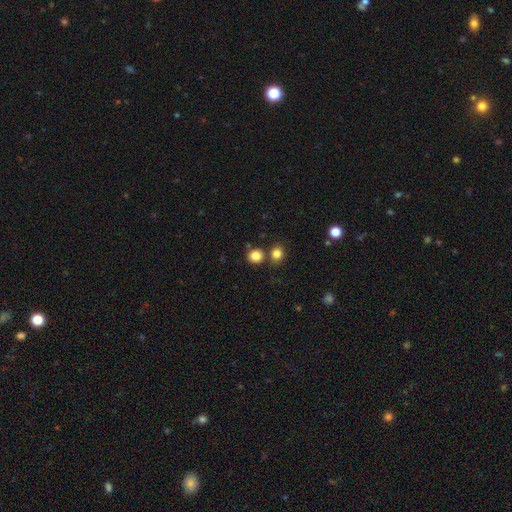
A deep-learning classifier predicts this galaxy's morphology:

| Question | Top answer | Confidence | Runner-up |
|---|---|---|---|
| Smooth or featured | smooth | 83% | star or artifact (12%) |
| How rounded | round | 85% | in between (14%) |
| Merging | none | 72% | merger (17%) |